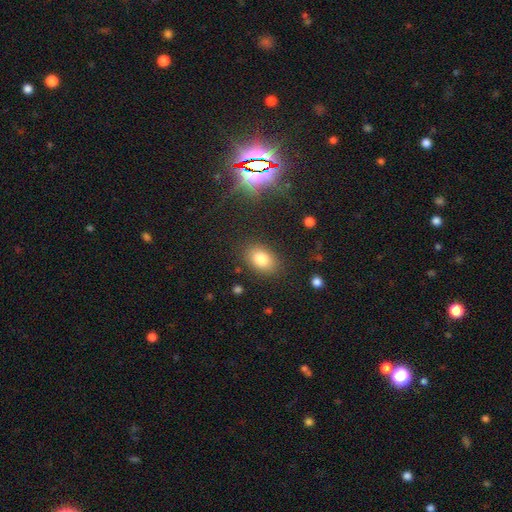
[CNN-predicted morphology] The model was most divided on "smooth or featured": smooth: 71%, star or artifact: 20%, featured or disk: 9%. More confident: merging — none (87%); how rounded — in between (79%).